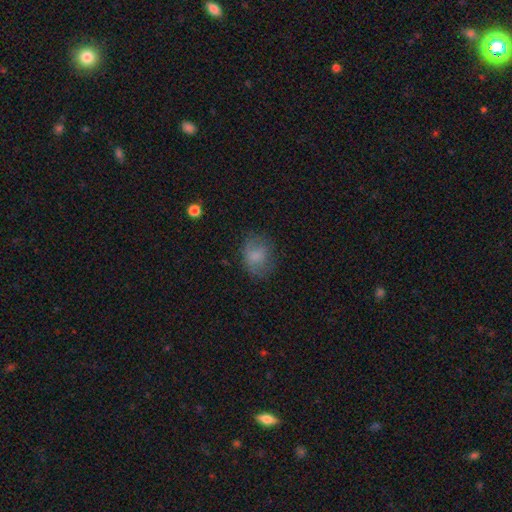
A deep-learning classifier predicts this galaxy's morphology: smooth 72%, featured or disk 18%, star or artifact 10%. Down the decision tree: how rounded — in between (54%); merging — none (62%).